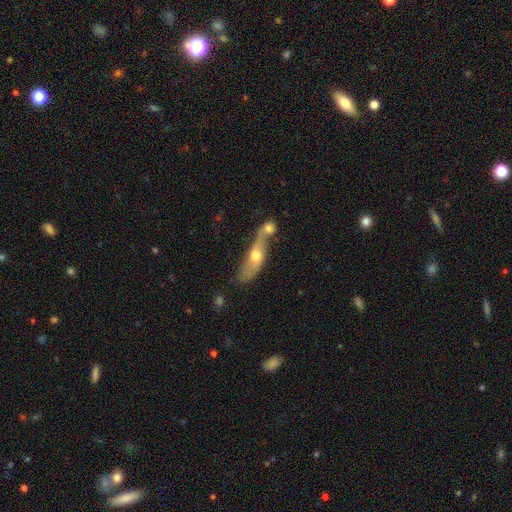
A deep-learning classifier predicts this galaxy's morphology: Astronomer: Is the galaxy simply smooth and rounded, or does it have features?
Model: smooth — 49% (runner-up: featured or disk, 44%).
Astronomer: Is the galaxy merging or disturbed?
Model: merger — 54%.